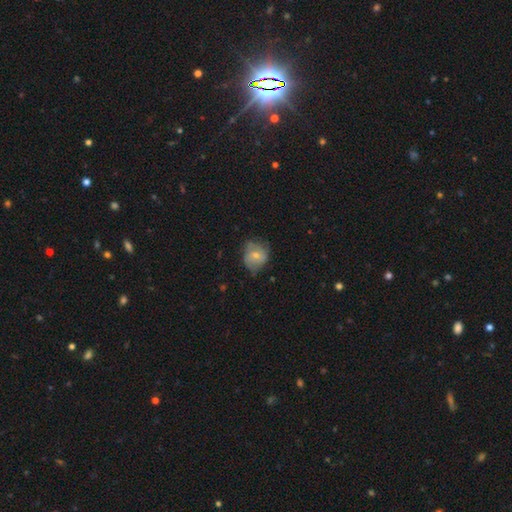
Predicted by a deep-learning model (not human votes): Overall: smooth (58%; featured or disk 35%). How rounded: round (69%; in between 30%). Merging: none (54%; minor disturbance 33%).